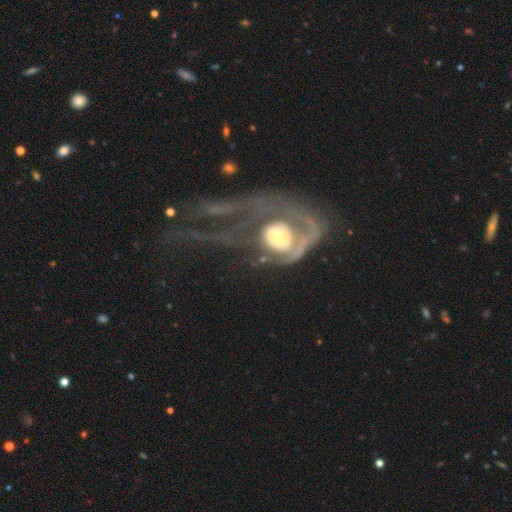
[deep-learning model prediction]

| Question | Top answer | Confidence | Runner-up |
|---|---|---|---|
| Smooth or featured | featured or disk | 73% | smooth (14%) |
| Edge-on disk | no | 95% | yes (5%) |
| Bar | no | 73% | weak (18%) |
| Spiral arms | yes | 62% | no (38%) |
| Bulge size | moderate | 50% | large (32%) |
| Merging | major disturbance | 61% | none (18%) |